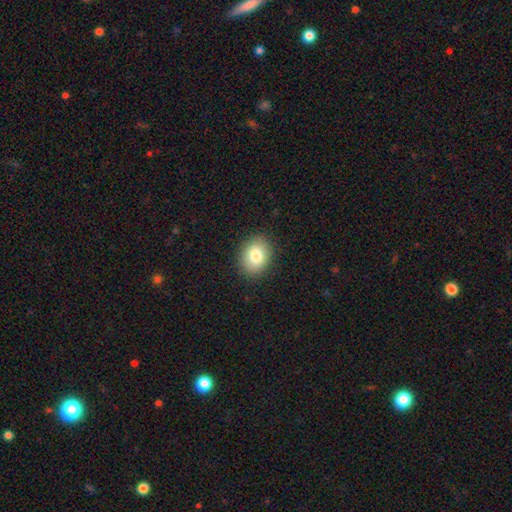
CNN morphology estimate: Smooth or featured: smooth — 82% (featured or disk — 9%)
How rounded: in between — 56% (round — 43%)
Merging: none — 89% (minor disturbance — 8%)